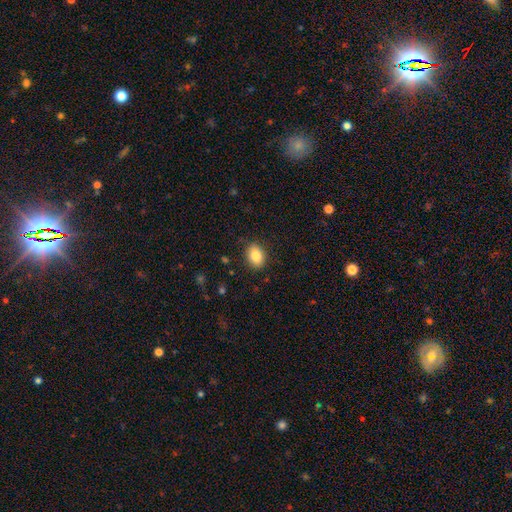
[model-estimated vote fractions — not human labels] Q: Smooth or featured?
A: smooth (85%); runner-up: star or artifact (8%)
Q: How rounded?
A: in between (73%); runner-up: round (26%)
Q: Merging?
A: none (87%); runner-up: minor disturbance (9%)